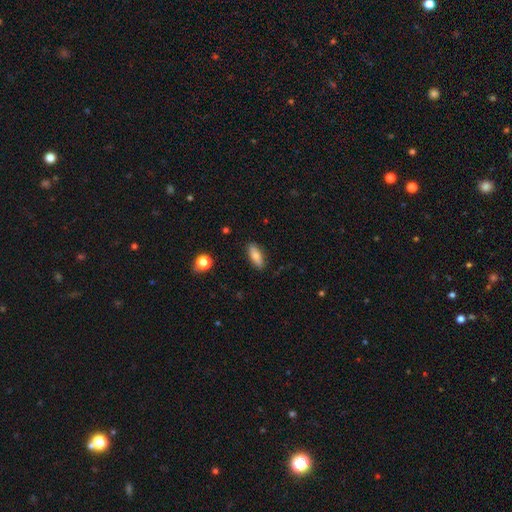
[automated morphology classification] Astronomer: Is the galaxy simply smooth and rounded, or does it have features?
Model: smooth — 76%.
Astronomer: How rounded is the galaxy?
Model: in between — 71%.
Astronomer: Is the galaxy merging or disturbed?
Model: none — 87%.